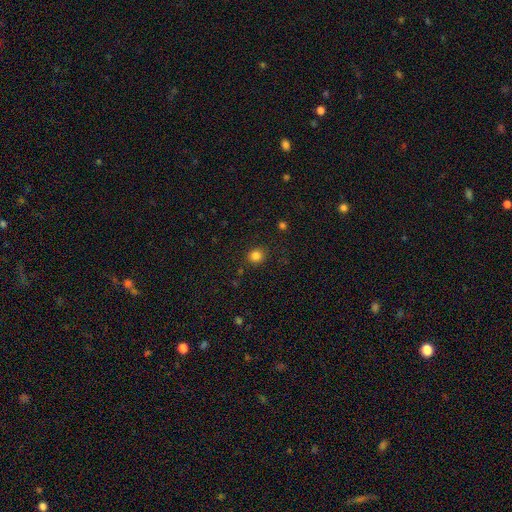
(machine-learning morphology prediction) A smooth galaxy with no disk features (83%) that is round (85%).

Vote fractions:
- Smooth or featured? smooth: 83% / star or artifact: 13% / featured or disk: 5%
- How rounded? round: 85% / in between: 14% / cigar-shaped: 1%
- Merging? none: 89% / minor disturbance: 8% / major disturbance: 2% / merger: 2%